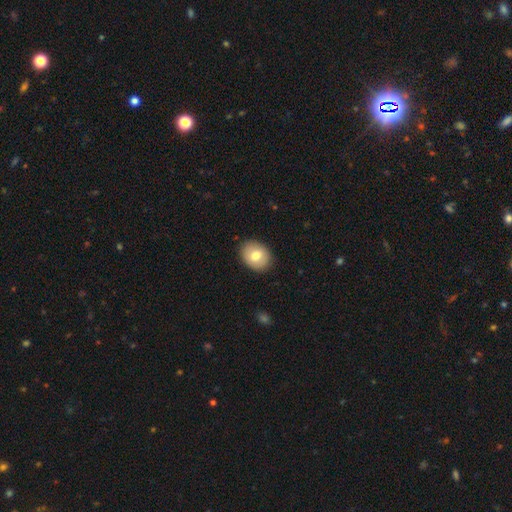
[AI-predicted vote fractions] Smooth or featured? smooth (75%)
How rounded? in between (57%)
Merging? none (88%)